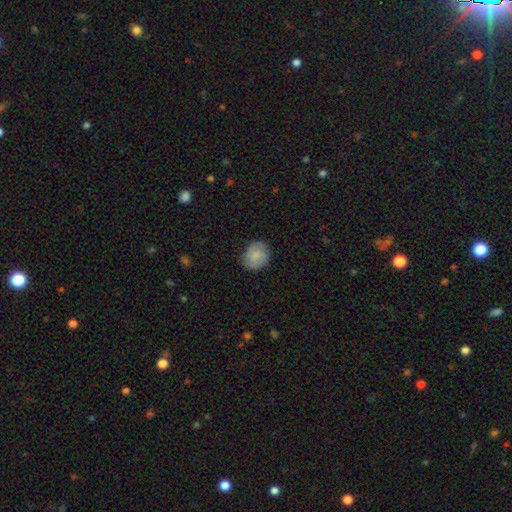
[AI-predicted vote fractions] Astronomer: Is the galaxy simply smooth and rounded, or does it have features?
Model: smooth — 68%.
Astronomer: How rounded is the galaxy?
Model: round — 73%.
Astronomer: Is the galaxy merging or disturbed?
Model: none — 78%.